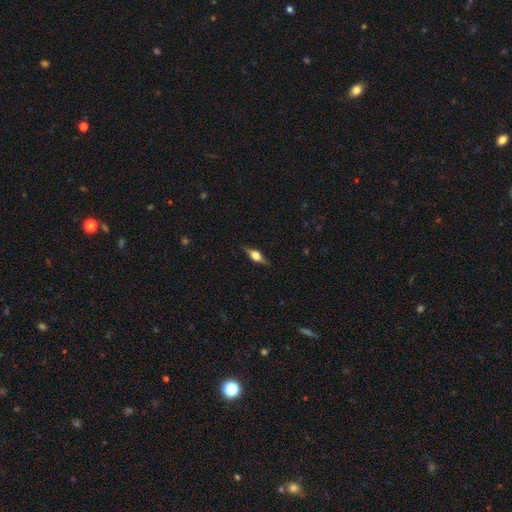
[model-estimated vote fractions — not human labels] A featured or disk galaxy (68%) viewed edge-on (96%) with a rounded central bulge (92%).

Vote fractions:
- Smooth or featured? featured or disk: 68% / smooth: 24% / star or artifact: 7%
- Edge-on disk? yes: 96% / no: 4%
- Edge-on bulge? rounded: 92% / boxy: 6% / none: 1%
- Merging? none: 86% / minor disturbance: 10% / major disturbance: 2% / merger: 1%